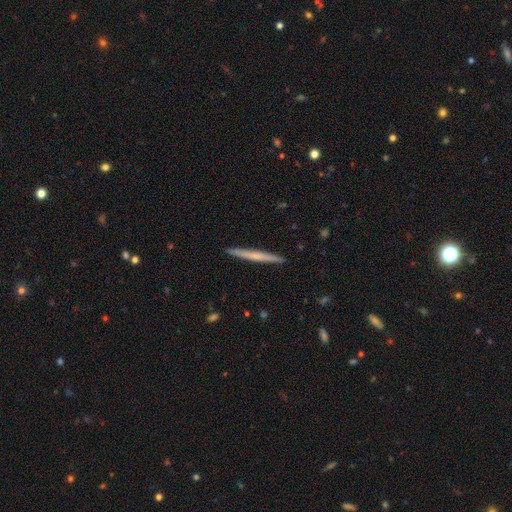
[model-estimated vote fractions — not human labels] The model was most divided on "smooth or featured": smooth: 50%, featured or disk: 45%, star or artifact: 6%. More confident: merging — none (93%).